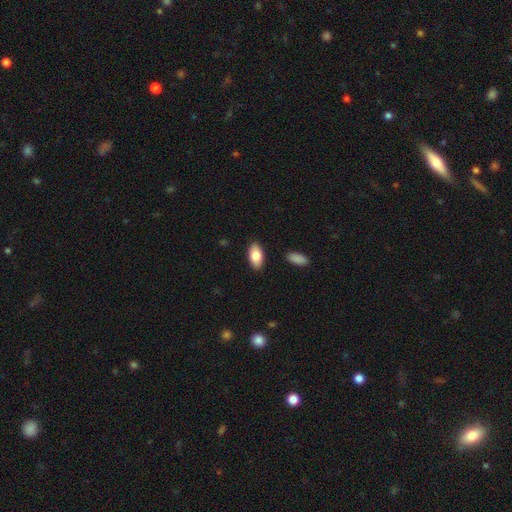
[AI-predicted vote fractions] Smooth or featured? smooth (83%)
How rounded? in between (93%)
Merging? none (87%)